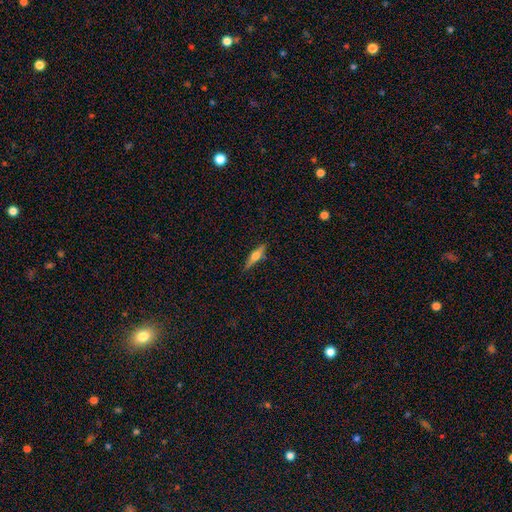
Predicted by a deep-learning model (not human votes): Smooth or featured? Predicted: featured or disk (p=0.53). Edge-on disk? Predicted: yes (p=0.95). Merging? Predicted: none (p=0.85).